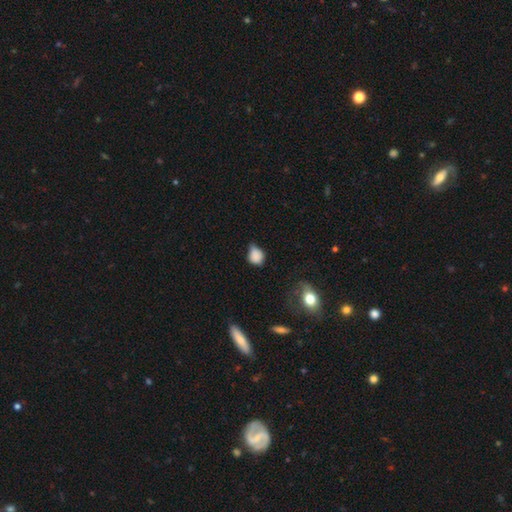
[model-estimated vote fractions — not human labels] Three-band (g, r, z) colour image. It shows a smooth galaxy with no disk features (83%) that is round (51%). Merging: minor disturbance (44%).